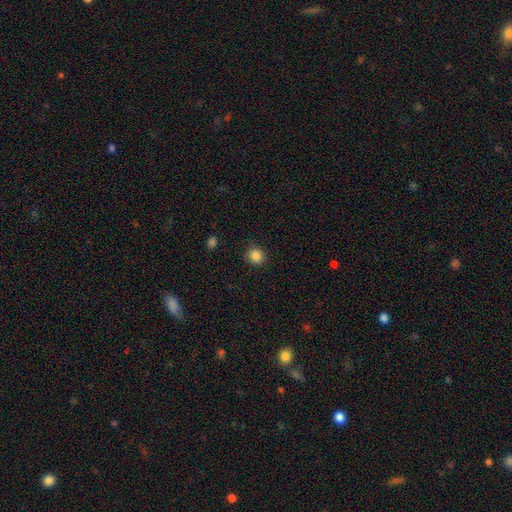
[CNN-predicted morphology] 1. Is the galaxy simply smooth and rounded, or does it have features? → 86% smooth, 11% star or artifact, 3% featured or disk.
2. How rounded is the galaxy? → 92% round, 7% in between, 1% cigar-shaped.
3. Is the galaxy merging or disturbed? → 91% none, 6% minor disturbance, 2% major disturbance, 1% merger.